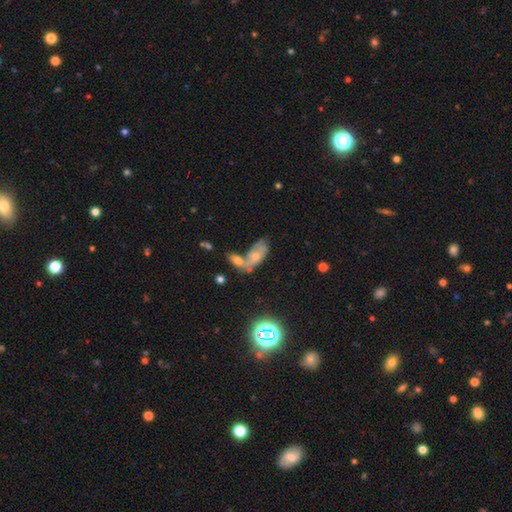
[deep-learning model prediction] A featured or disk galaxy (45%). Merging: merger (51%).